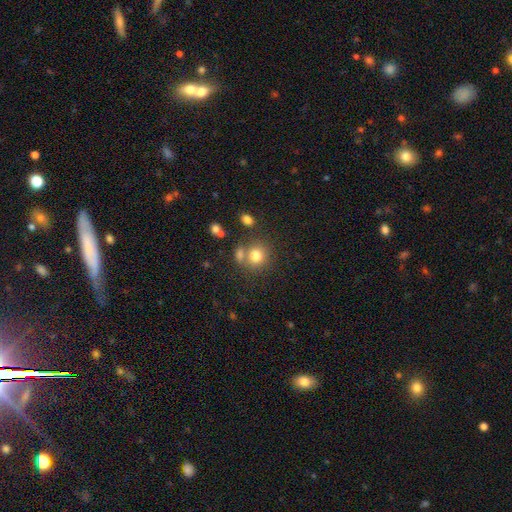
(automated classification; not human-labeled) The model was most divided on "merging": none: 59%, merger: 25%, minor disturbance: 11%, major disturbance: 5%. More confident: how rounded — round (81%); smooth or featured — smooth (78%).